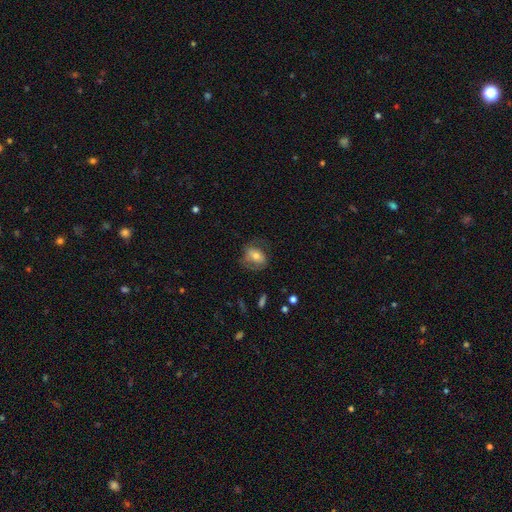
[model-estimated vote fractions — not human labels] Smooth or featured?
  - smooth: 62% *
  - featured or disk: 29%
  - star or artifact: 8%
How rounded?
  - in between: 70% *
  - round: 29%
  - cigar-shaped: 2%
Merging?
  - none: 59% *
  - minor disturbance: 23%
  - major disturbance: 16%
  - merger: 1%